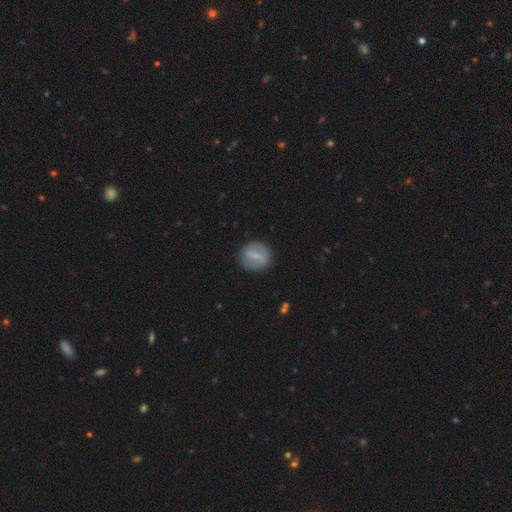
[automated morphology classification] smooth-or-featured: smooth: 56% | featured or disk: 37% | star or artifact: 7%
  how-rounded: round: 75% | in between: 22% | cigar-shaped: 2%
  merging: none: 84% | minor disturbance: 11% | major disturbance: 4% | merger: 1%